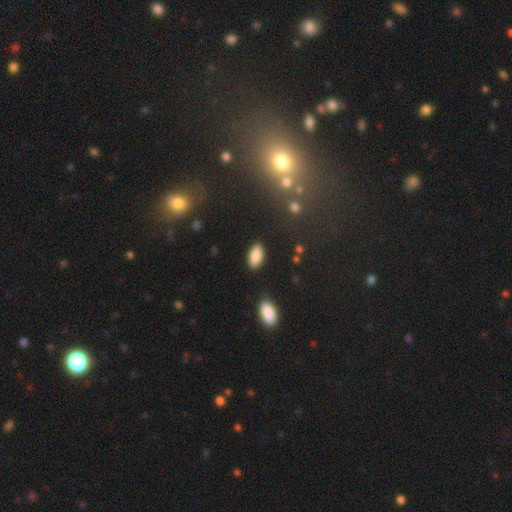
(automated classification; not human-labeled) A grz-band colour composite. It shows a smooth galaxy with no disk features (86%) that is in between round and cigar-shaped (92%). Merging: none (86%).